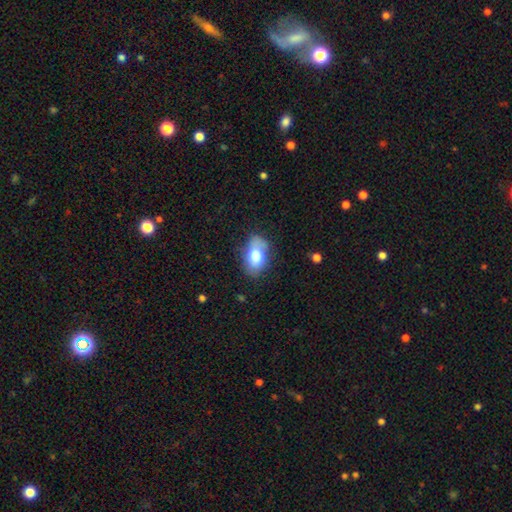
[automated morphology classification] Smooth or featured? Predicted: smooth (p=0.74). How rounded? Predicted: in between (p=0.90). Merging? Predicted: none (p=0.66).